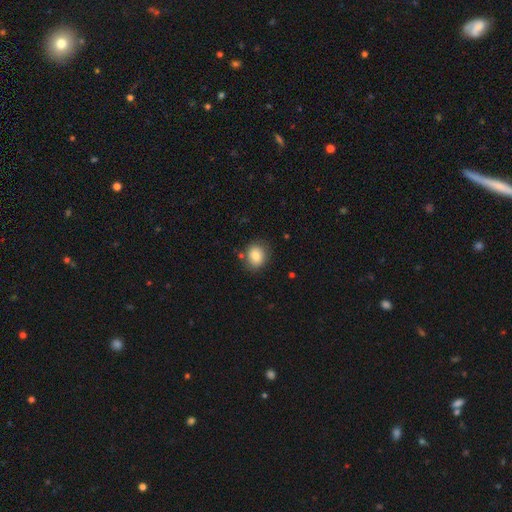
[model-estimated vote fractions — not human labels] A smooth galaxy with no disk features (81%) that is round (63%). Merging: none (79%).